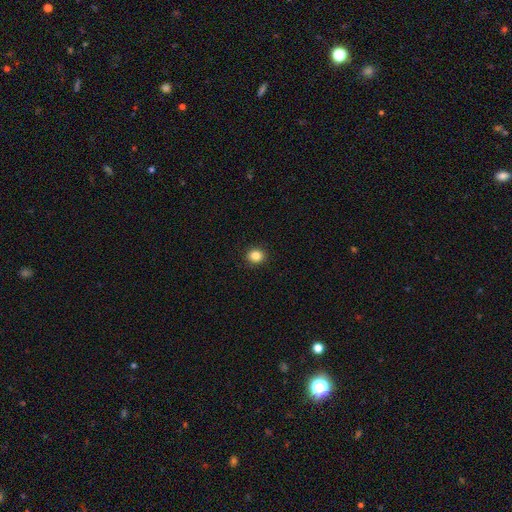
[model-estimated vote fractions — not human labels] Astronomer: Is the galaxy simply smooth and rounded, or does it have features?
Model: smooth — 84%.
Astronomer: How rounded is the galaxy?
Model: round — 80%.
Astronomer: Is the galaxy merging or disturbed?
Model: none — 92%.